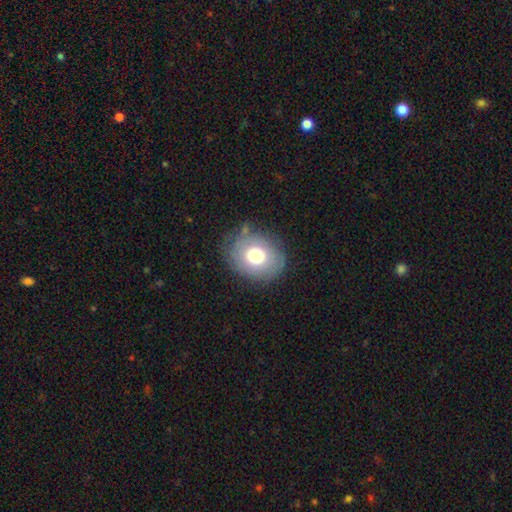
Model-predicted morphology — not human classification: Smooth or featured: smooth — 67% (featured or disk — 24%)
How rounded: round — 65% (in between — 34%)
Merging: none — 74% (minor disturbance — 17%)